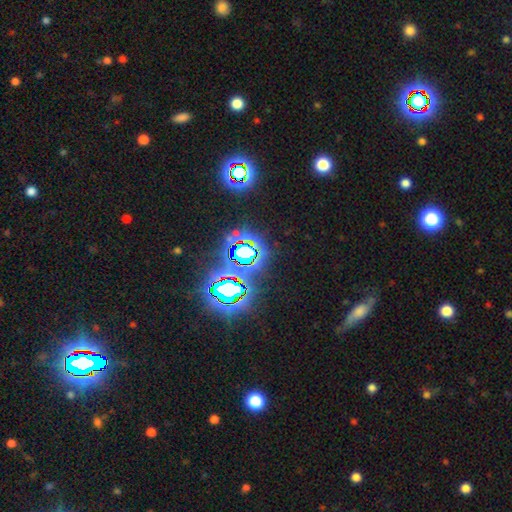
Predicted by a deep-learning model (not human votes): Morphology: type=star or artifact (80%).